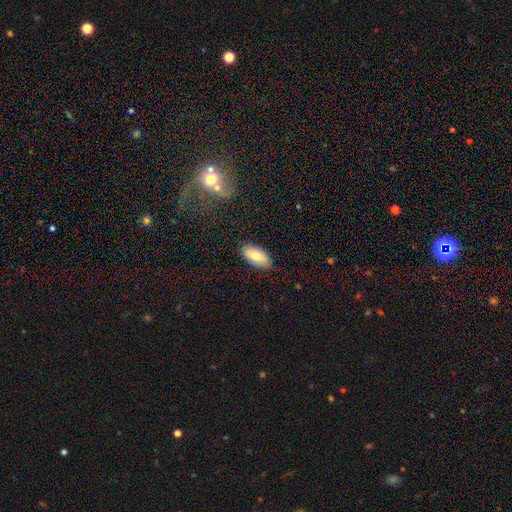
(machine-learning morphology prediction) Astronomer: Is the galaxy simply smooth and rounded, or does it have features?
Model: smooth — 76%.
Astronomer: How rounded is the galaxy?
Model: in between — 93%.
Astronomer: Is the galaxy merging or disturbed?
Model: none — 86%.